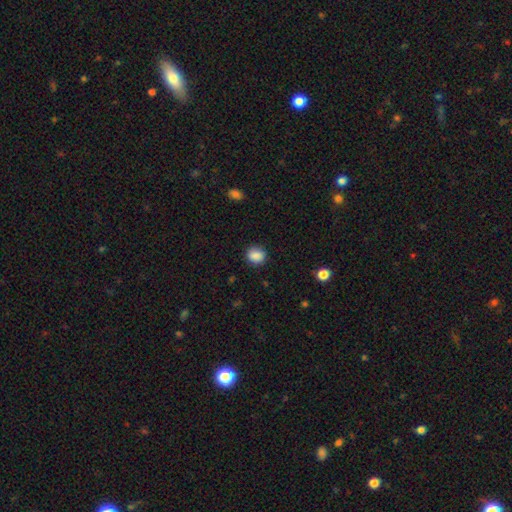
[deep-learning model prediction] A smooth galaxy with no disk features (87%) that is round (73%). Merging: none (87%).